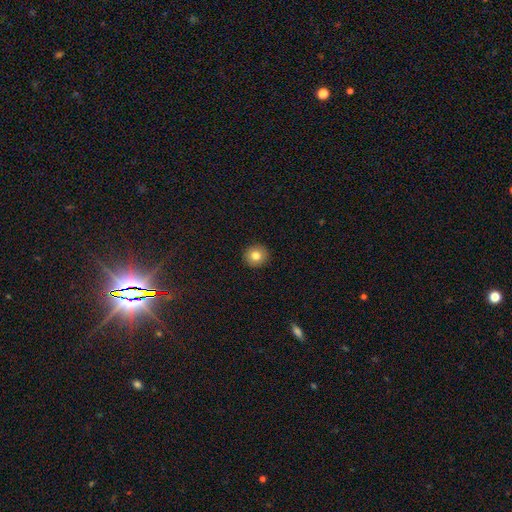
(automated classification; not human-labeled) Overall: smooth (81%). How rounded: round (92%). Merging: none (93%).